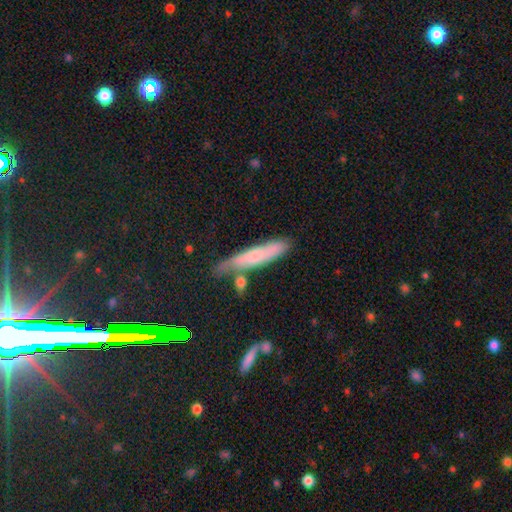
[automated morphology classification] smooth 61%, featured or disk 31%, star or artifact 8%. Down the decision tree: how rounded — cigar-shaped (84%); merging — none (62%).